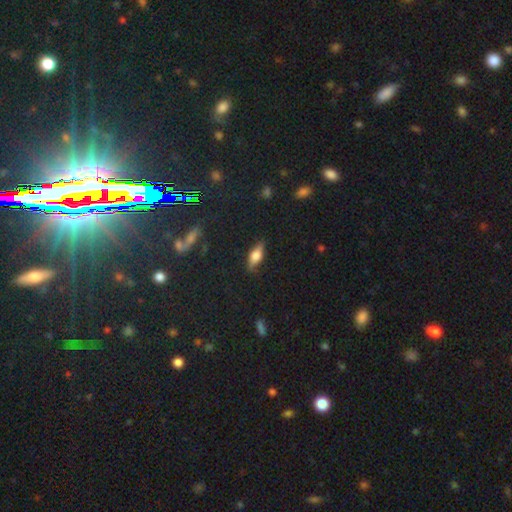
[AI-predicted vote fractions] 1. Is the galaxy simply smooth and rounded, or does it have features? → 55% smooth, 36% featured or disk, 9% star or artifact.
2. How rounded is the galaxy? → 67% in between, 29% cigar-shaped, 4% round.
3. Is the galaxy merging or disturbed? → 81% none, 15% minor disturbance, 3% major disturbance, 1% merger.